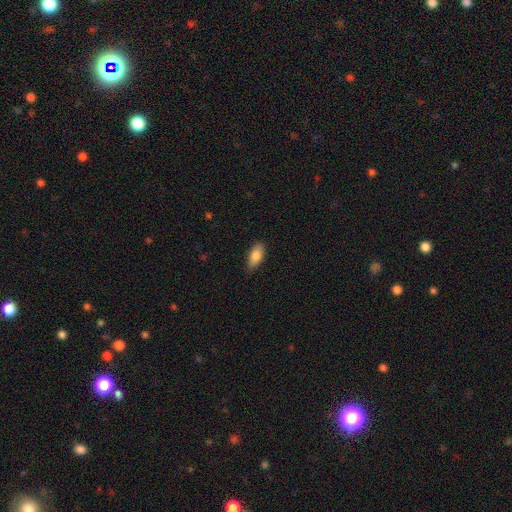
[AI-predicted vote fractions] This appears to be a smooth galaxy with no disk features (84%) that is in between round and cigar-shaped (88%). Merging: none (83%).